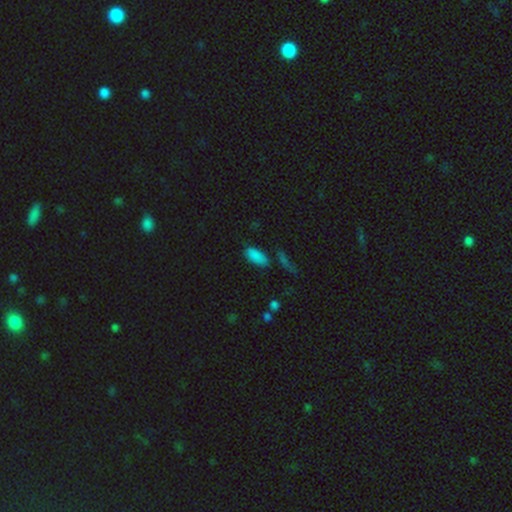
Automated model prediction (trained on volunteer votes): The model was most divided on "merging": none: 70%, minor disturbance: 17%, merger: 7%, major disturbance: 6%. More confident: how rounded — in between (88%); smooth or featured — smooth (82%).